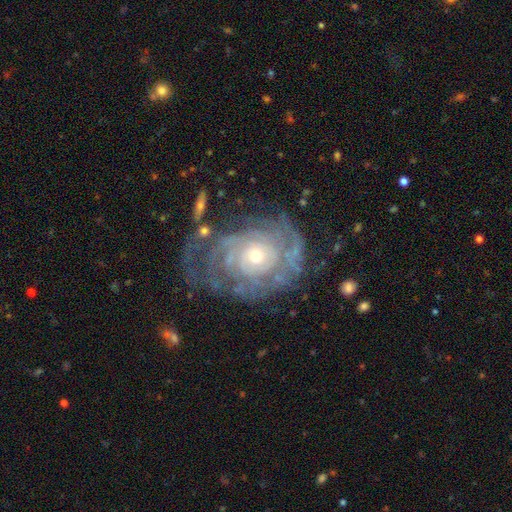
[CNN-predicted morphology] Overall: featured or disk (84%). Edge-on disk: no (96%). Bar: no (82%). Spiral arms: yes (90%). Spiral arm count: can't tell (47%; 2 16%). Spiral winding: tight (76%). Bulge size: small (57%; moderate 38%). Merging: none (58%; minor disturbance 20%).